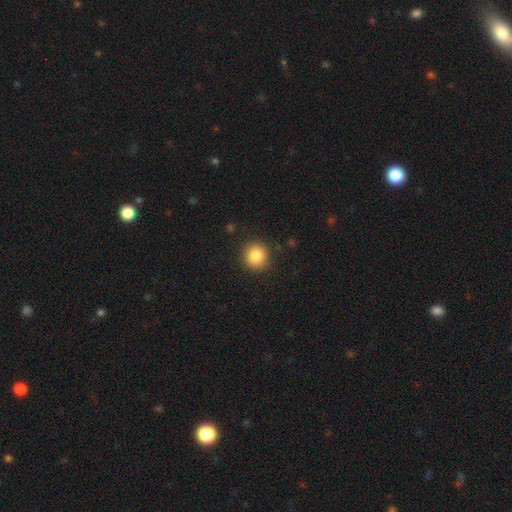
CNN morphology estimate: This appears to be a smooth galaxy with no disk features (86%) that is round (92%). Merging: none (90%).